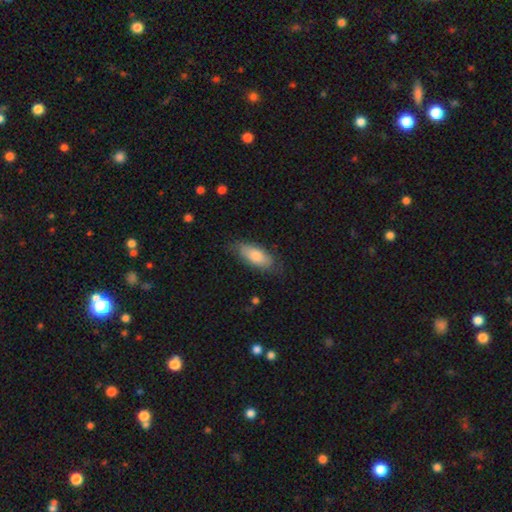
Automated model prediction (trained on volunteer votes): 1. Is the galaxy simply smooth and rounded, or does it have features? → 76% smooth, 18% featured or disk, 6% star or artifact.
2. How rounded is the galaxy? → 81% in between, 17% cigar-shaped, 2% round.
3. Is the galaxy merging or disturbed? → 71% none, 22% minor disturbance, 5% major disturbance, 1% merger.